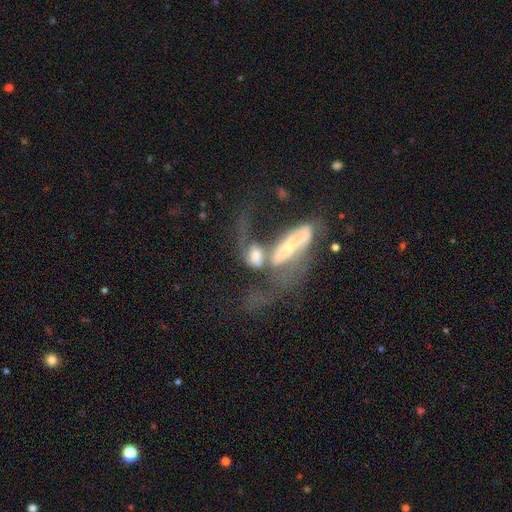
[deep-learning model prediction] The model was most divided on "smooth or featured": featured or disk: 55%, smooth: 35%, star or artifact: 10%. More confident: edge-on disk — no (77%); merging — merger (69%).